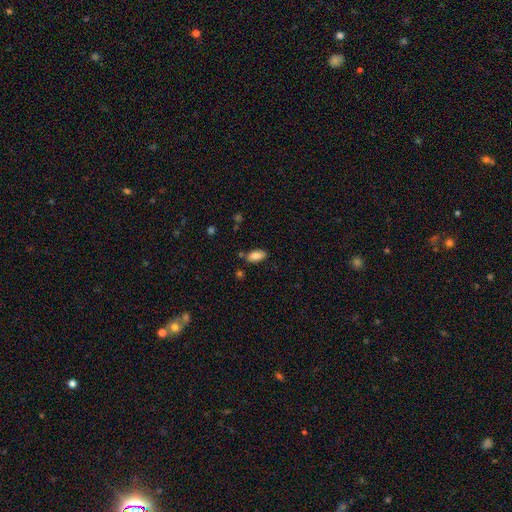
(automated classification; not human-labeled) Smooth or featured? Predicted: smooth (p=0.81). How rounded? Predicted: in between (p=0.89). Merging? Predicted: none (p=0.78).